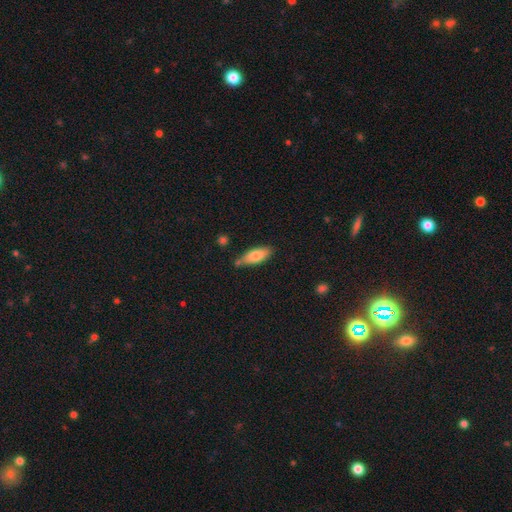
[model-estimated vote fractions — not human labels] Smooth or featured: smooth — 77% (featured or disk — 16%)
How rounded: in between — 70% (cigar-shaped — 27%)
Merging: none — 70% (minor disturbance — 19%)